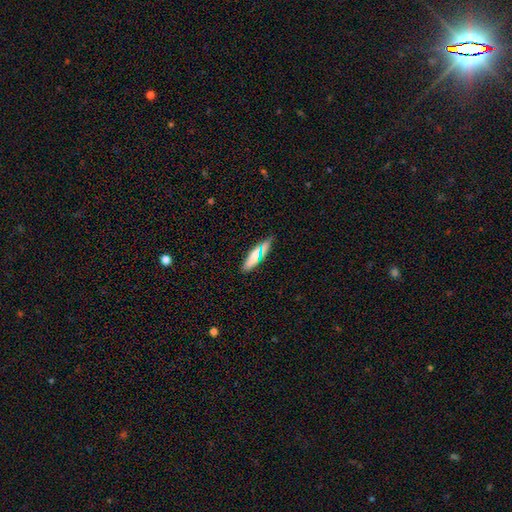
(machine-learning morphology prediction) Smooth or featured: smooth — 69% (featured or disk — 20%)
How rounded: cigar-shaped — 60% (in between — 37%)
Merging: none — 83% (minor disturbance — 12%)